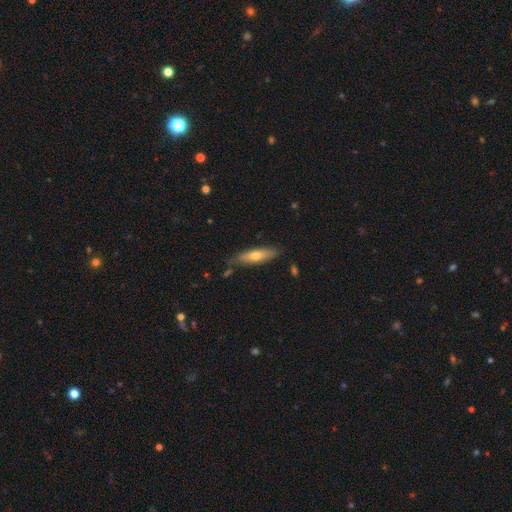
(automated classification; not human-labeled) This is possibly a smooth galaxy (58%). How rounded: likely cigar-shaped (64%). Merging: likely none (75%).